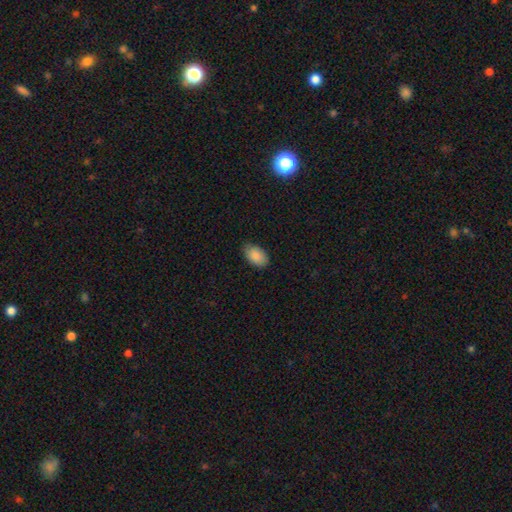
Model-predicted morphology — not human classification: Smooth or featured: smooth — 89% (star or artifact — 6%)
How rounded: in between — 93% (round — 6%)
Merging: none — 79% (minor disturbance — 18%)